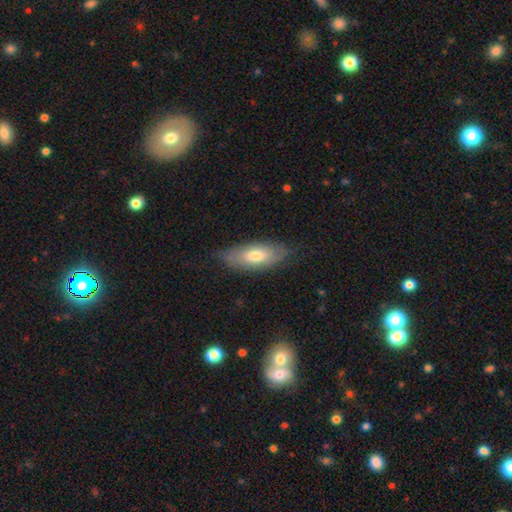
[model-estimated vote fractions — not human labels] Morphology: type=smooth (70%); roundness=in between (78%); merging=none (74%).